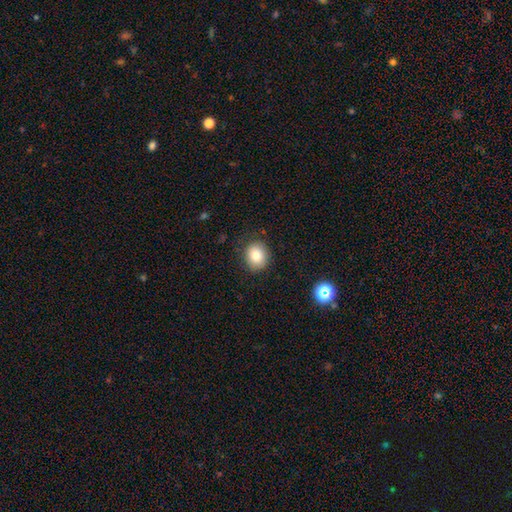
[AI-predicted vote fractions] Q: Smooth or featured?
A: smooth (81%); runner-up: star or artifact (10%)
Q: How rounded?
A: round (66%); runner-up: in between (33%)
Q: Merging?
A: none (83%); runner-up: minor disturbance (12%)